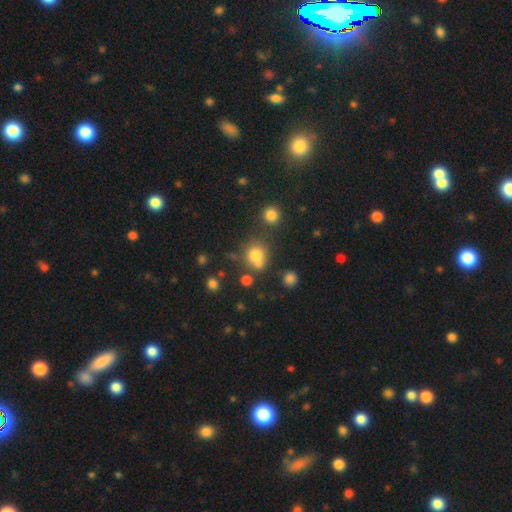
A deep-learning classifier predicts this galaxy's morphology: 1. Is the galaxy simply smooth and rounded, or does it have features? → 75% smooth, 15% star or artifact, 10% featured or disk.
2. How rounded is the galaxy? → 78% round, 21% in between, 1% cigar-shaped.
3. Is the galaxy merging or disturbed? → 52% none, 28% merger, 14% minor disturbance, 6% major disturbance.